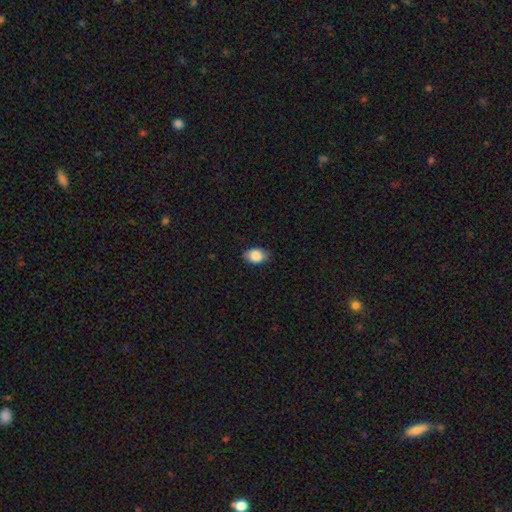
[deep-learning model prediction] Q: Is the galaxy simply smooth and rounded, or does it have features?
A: smooth — 88%.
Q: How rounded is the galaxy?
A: in between — 85%.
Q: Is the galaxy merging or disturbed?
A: none — 81%.